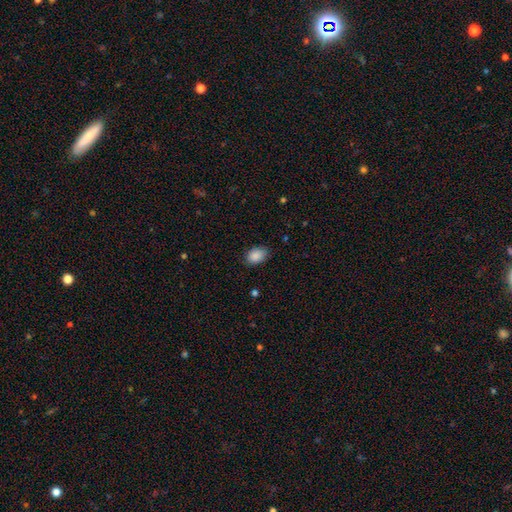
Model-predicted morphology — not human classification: type=smooth (89%); roundness=in between (84%); merging=none (82%).